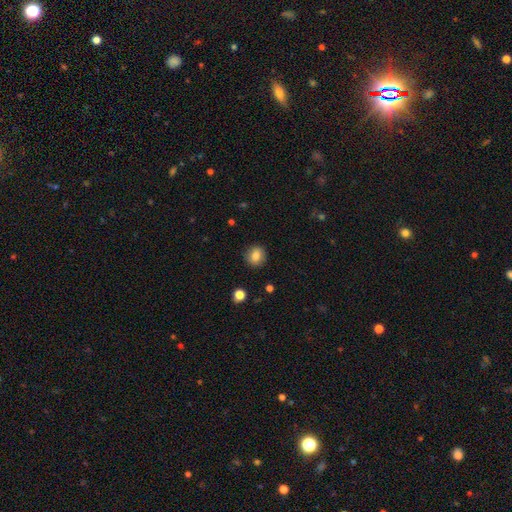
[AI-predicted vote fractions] Smooth or featured? Predicted: smooth (p=0.82). How rounded? Predicted: round (p=0.84). Merging? Predicted: none (p=0.90).